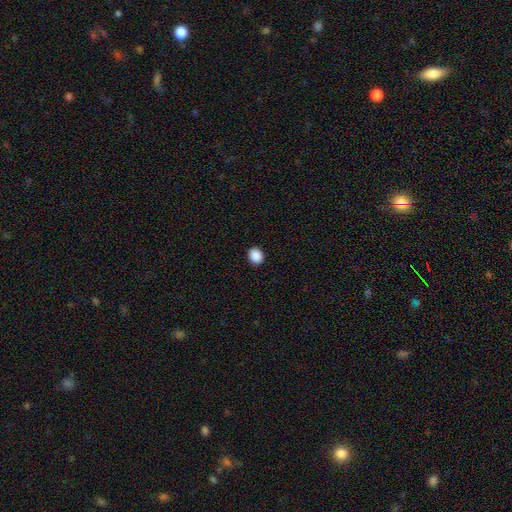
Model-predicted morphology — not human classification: Smooth or featured?
  - smooth: 90% *
  - star or artifact: 8%
  - featured or disk: 2%
How rounded?
  - round: 56% *
  - in between: 43%
  - cigar-shaped: 1%
Merging?
  - none: 92% *
  - minor disturbance: 6%
  - major disturbance: 2%
  - merger: 1%